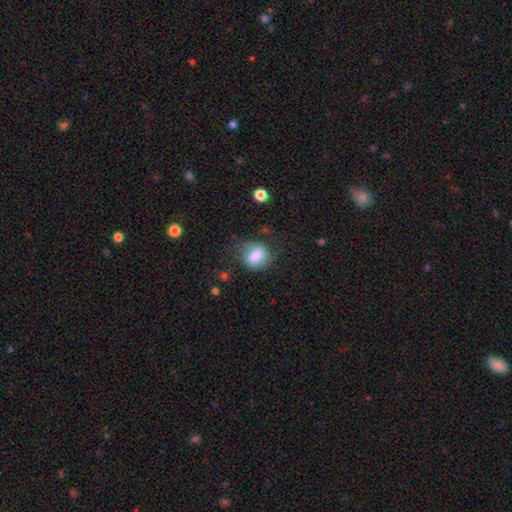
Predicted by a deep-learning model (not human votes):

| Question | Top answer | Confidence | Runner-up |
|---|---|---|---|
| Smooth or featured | smooth | 73% | featured or disk (19%) |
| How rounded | round | 59% | in between (40%) |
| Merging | none | 62% | minor disturbance (24%) |